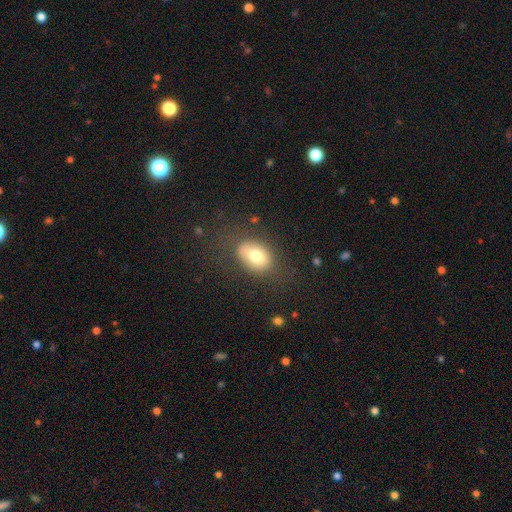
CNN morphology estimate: smooth_or_featured: smooth (p=0.73) [alt: featured or disk p=0.18]
how_rounded: in between (p=0.76) [alt: round p=0.23]
merging: none (p=0.71) [alt: minor disturbance p=0.17]